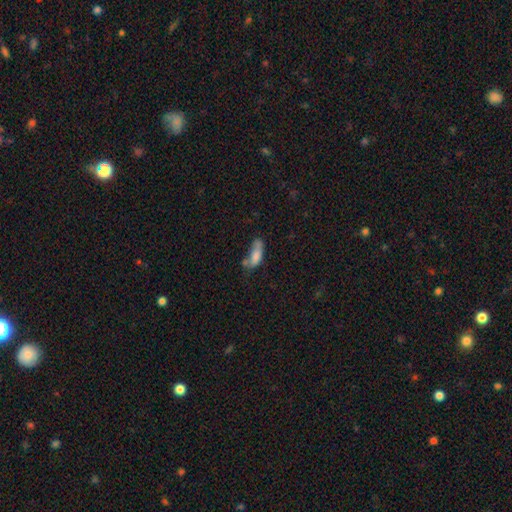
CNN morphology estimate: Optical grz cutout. It shows a smooth galaxy with no disk features (75%) that is in between round and cigar-shaped (74%). Merging: none (30%).